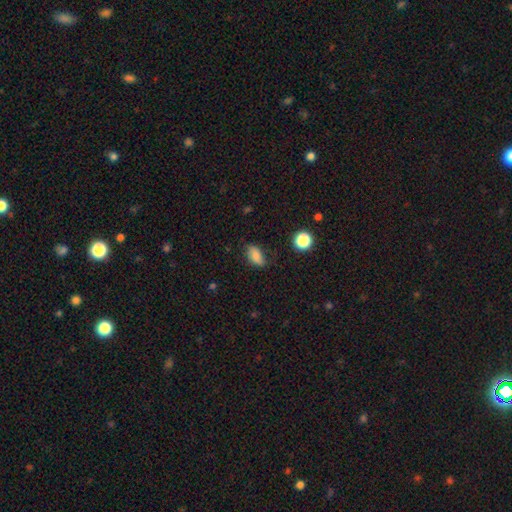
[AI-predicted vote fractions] This is likely a smooth galaxy (80%). How rounded: clearly in between (90%). Merging: likely none (71%).